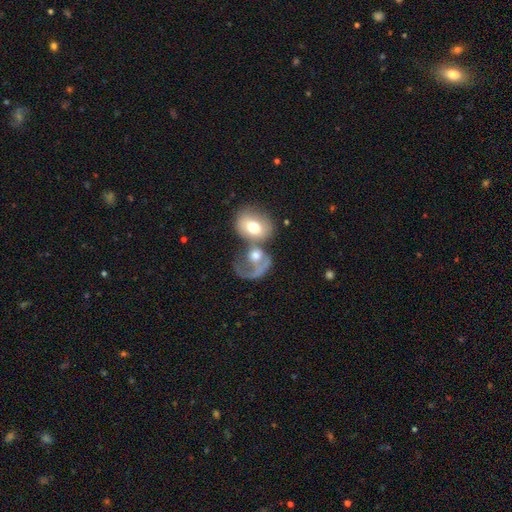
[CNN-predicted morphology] Smooth or featured?
  - smooth: 50% *
  - featured or disk: 42%
  - star or artifact: 8%
How rounded?
  - round: 56% *
  - in between: 43%
  - cigar-shaped: 1%
Merging?
  - merger: 54% *
  - major disturbance: 21%
  - none: 17%
  - minor disturbance: 8%